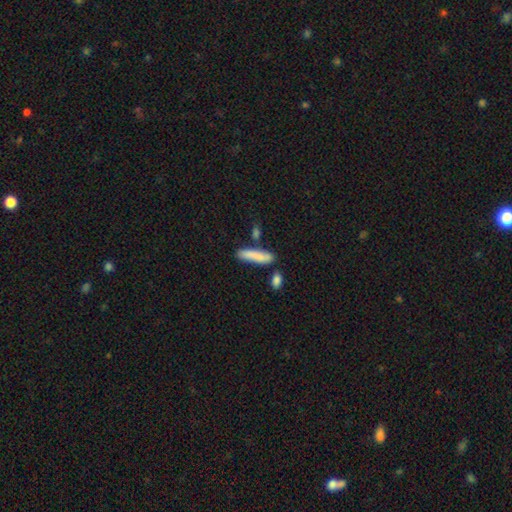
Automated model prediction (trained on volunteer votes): A smooth galaxy with no disk features (82%) that is cigar-shaped (77%). Merging: none (72%).